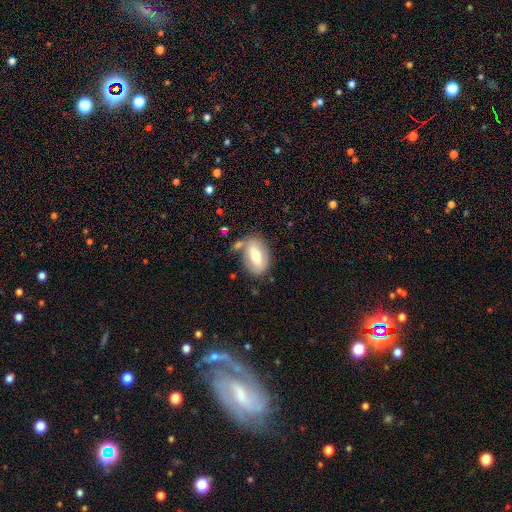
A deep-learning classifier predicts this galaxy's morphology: smooth 60%, featured or disk 33%, star or artifact 7%. Down the decision tree: how rounded — in between (87%); merging — none (64%).